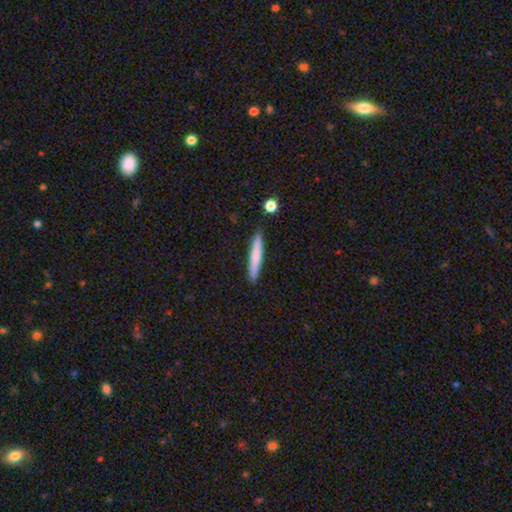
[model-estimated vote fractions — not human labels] smooth-or-featured: smooth: 70% | featured or disk: 24% | star or artifact: 6%
  how-rounded: cigar-shaped: 95% | in between: 4% | round: 1%
  merging: none: 88% | minor disturbance: 8% | merger: 2% | major disturbance: 2%